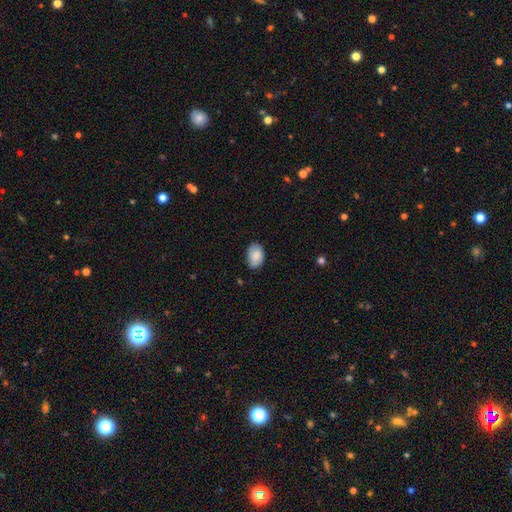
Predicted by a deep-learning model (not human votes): smooth_or_featured: smooth (p=0.86) [alt: featured or disk p=0.08]
how_rounded: in between (p=0.86) [alt: round p=0.13]
merging: none (p=0.79) [alt: minor disturbance p=0.17]